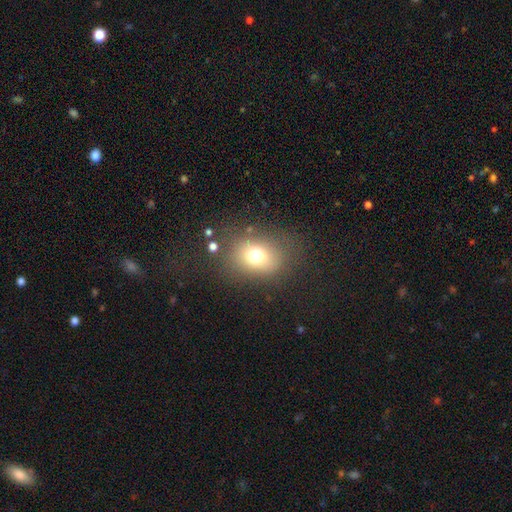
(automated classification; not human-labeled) The model was most divided on "how rounded": in between: 51%, round: 48%, cigar-shaped: 1%. More confident: merging — none (74%); smooth or featured — smooth (72%).